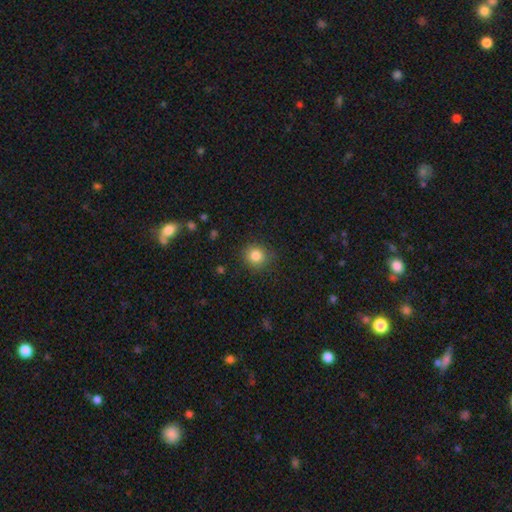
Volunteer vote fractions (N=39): Smooth or featured: smooth — 87% (star or artifact — 10%)
How rounded: round — 100%
Merging: none — 86% (major disturbance — 9%)